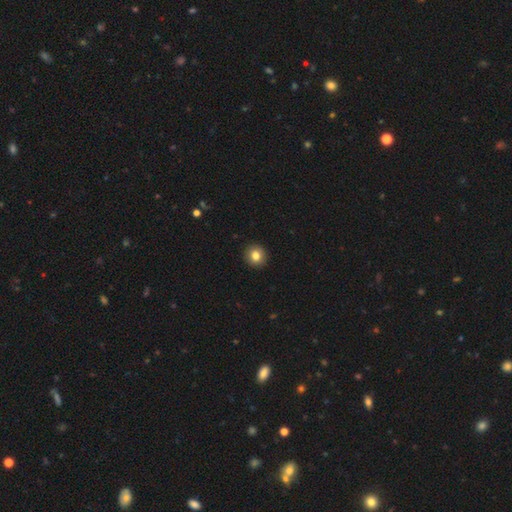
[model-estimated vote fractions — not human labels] Overall: smooth (83%). How rounded: round (90%). Merging: none (93%).